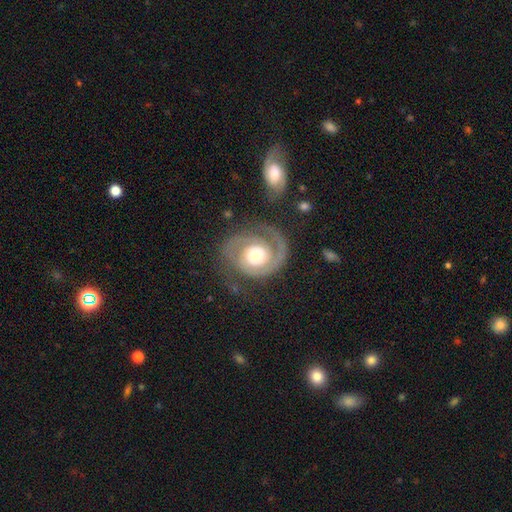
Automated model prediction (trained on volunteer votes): Overall: featured or disk (88%). Edge-on disk: no (98%). Bar: no (79%). Spiral arms: yes (96%). Spiral arm count: 2 (55%; 1 29%). Spiral winding: tight (64%; medium 29%). Bulge size: moderate (58%; small 23%). Merging: none (67%).